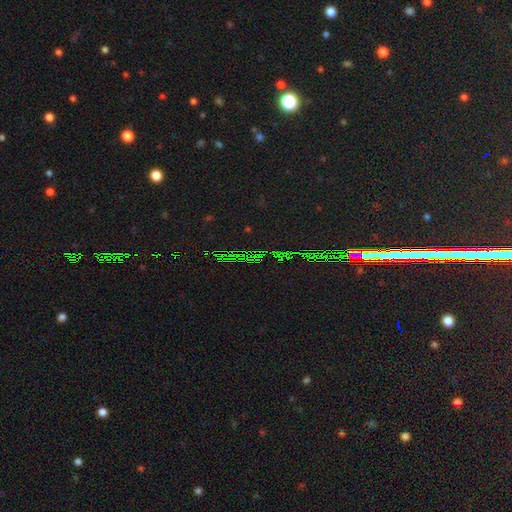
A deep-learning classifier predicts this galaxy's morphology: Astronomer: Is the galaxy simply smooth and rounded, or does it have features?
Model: star or artifact — 80%.